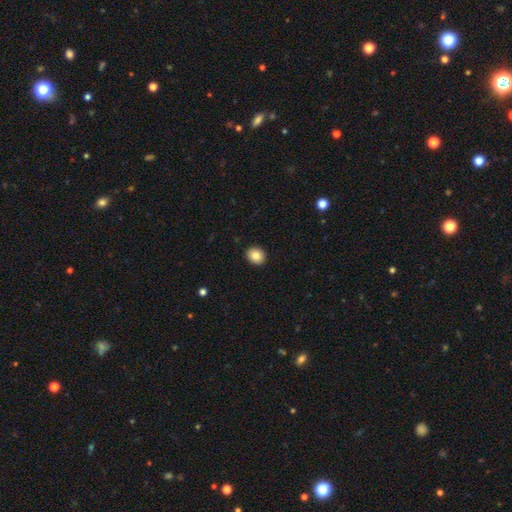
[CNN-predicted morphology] smooth_or_featured: smooth (p=0.86) [alt: star or artifact p=0.09]
how_rounded: round (p=0.64) [alt: in between p=0.35]
merging: none (p=0.92) [alt: minor disturbance p=0.06]